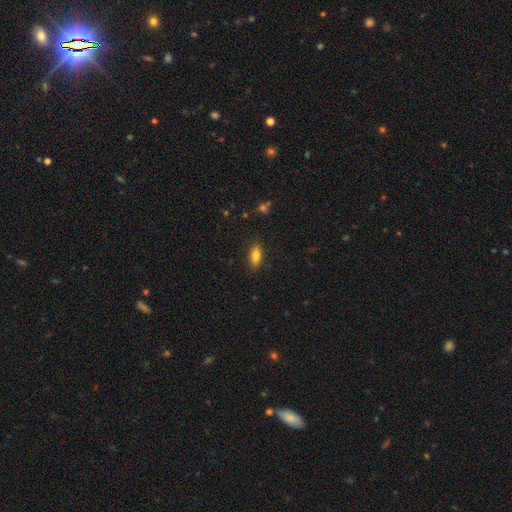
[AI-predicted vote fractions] A smooth galaxy with no disk features (81%) that is in between round and cigar-shaped (83%).

Vote fractions:
- Smooth or featured? smooth: 81% / featured or disk: 11% / star or artifact: 8%
- How rounded? in between: 83% / cigar-shaped: 14% / round: 3%
- Merging? none: 87% / minor disturbance: 10% / major disturbance: 2% / merger: 1%